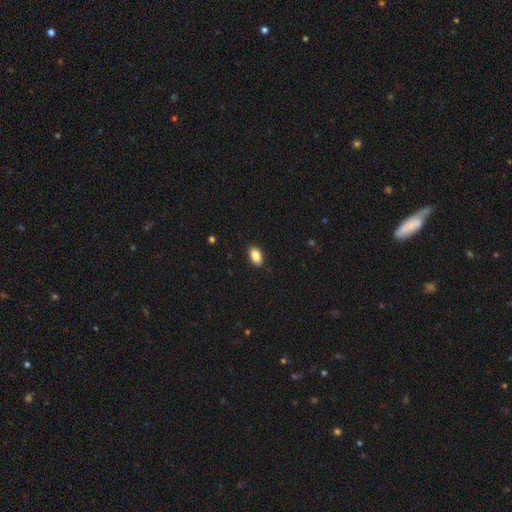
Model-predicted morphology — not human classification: Q: Smooth or featured?
A: smooth (85%); runner-up: featured or disk (7%)
Q: How rounded?
A: in between (92%); runner-up: round (5%)
Q: Merging?
A: none (89%); runner-up: minor disturbance (8%)